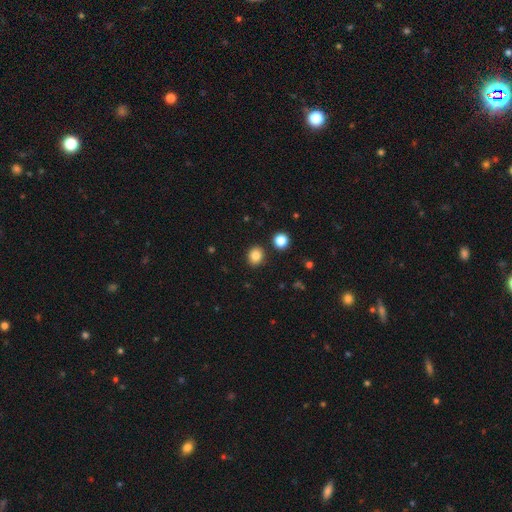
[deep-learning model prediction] The model was most divided on "how rounded": round: 70%, in between: 30%, cigar-shaped: 1%. More confident: merging — none (87%); smooth or featured — smooth (85%).